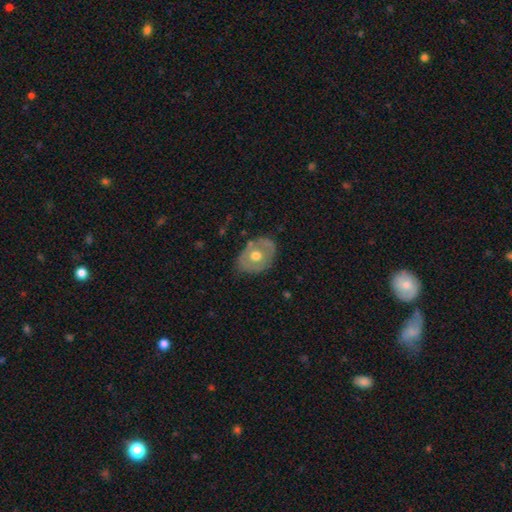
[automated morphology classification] smooth-or-featured: featured or disk: 50% | smooth: 44% | star or artifact: 6%
  disk-edge-on: no: 92% | yes: 8%
  merging: none: 75% | minor disturbance: 18% | major disturbance: 4% | merger: 2%